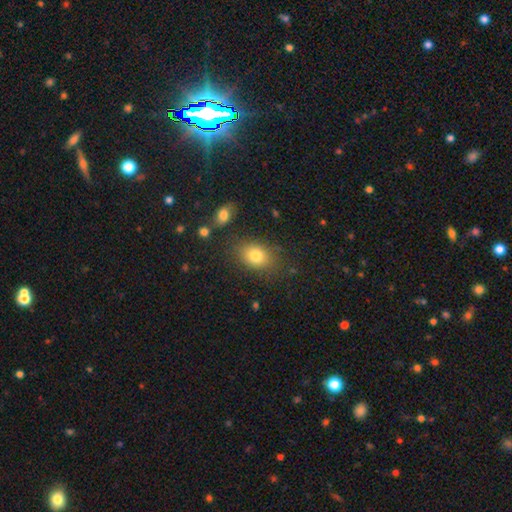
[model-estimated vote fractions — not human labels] Smooth or featured: smooth — 80% (star or artifact — 11%)
How rounded: in between — 67% (round — 32%)
Merging: none — 78% (minor disturbance — 13%)